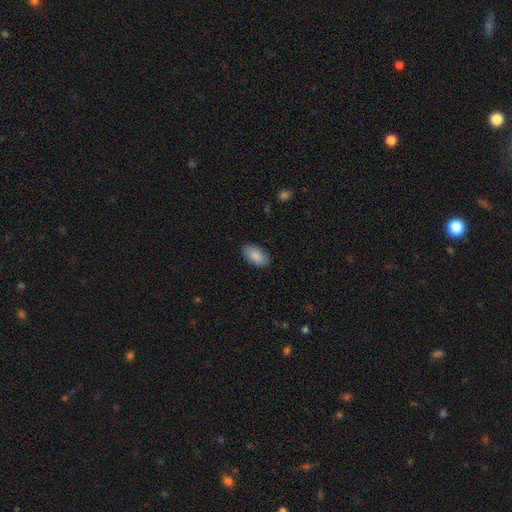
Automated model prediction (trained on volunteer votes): Smooth or featured?
  - smooth: 87% *
  - featured or disk: 7%
  - star or artifact: 6%
How rounded?
  - in between: 95% *
  - round: 3%
  - cigar-shaped: 2%
Merging?
  - none: 87% *
  - minor disturbance: 10%
  - major disturbance: 2%
  - merger: 1%